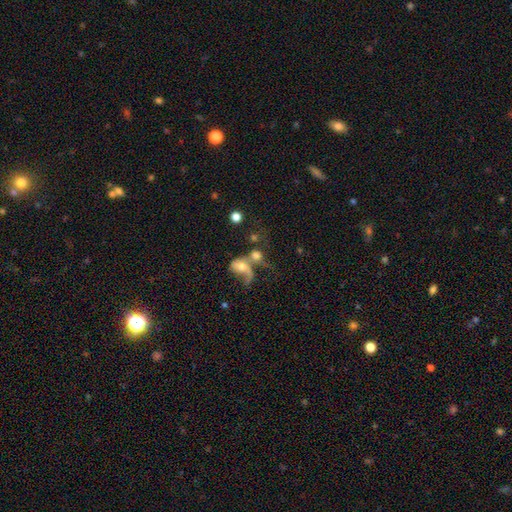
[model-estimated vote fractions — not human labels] Smooth or featured: star or artifact — 47% (smooth — 34%)